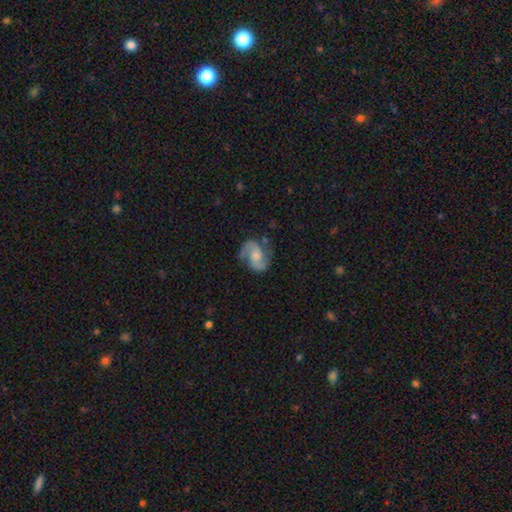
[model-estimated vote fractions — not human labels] Smooth or featured: featured or disk — 81% (smooth — 13%)
Edge-on disk: no — 98% (yes — 2%)
Bar: no — 59% (weak — 34%)
Spiral arms: yes — 96% (no — 4%)
Spiral winding: medium — 53% (loose — 29%)
Spiral arm count: 2 — 92% (can't tell — 3%)
Bulge size: moderate — 44% (small — 36%)
Merging: none — 73% (minor disturbance — 18%)